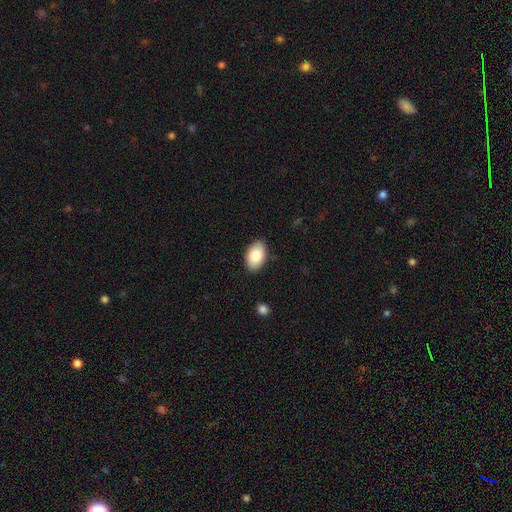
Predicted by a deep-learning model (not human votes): This appears to be a smooth galaxy with no disk features (84%) that is in between round and cigar-shaped (92%). Merging: none (88%).